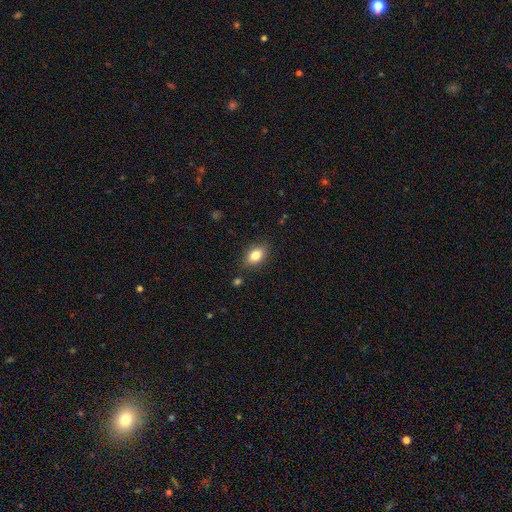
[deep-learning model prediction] smooth_or_featured: smooth (p=0.81) [alt: featured or disk p=0.10]
how_rounded: in between (p=0.83) [alt: round p=0.15]
merging: none (p=0.85) [alt: minor disturbance p=0.11]